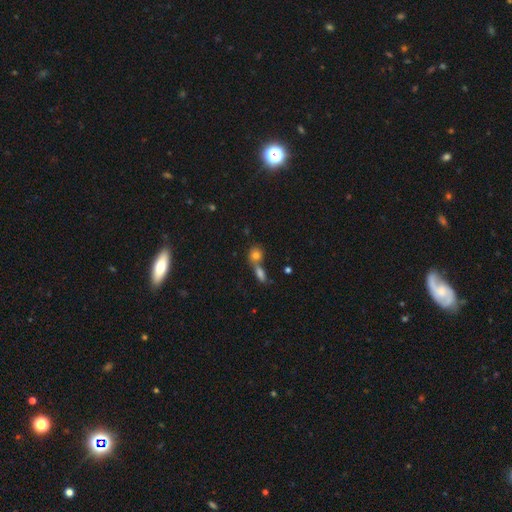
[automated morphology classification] smooth 79%, star or artifact 11%, featured or disk 10%. Down the decision tree: how rounded — round (67%); merging — merger (45%).